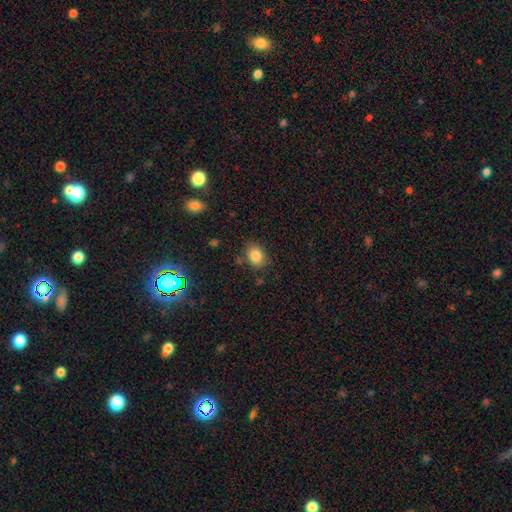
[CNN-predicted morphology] type=smooth (84%); roundness=in between (56%); merging=none (79%).